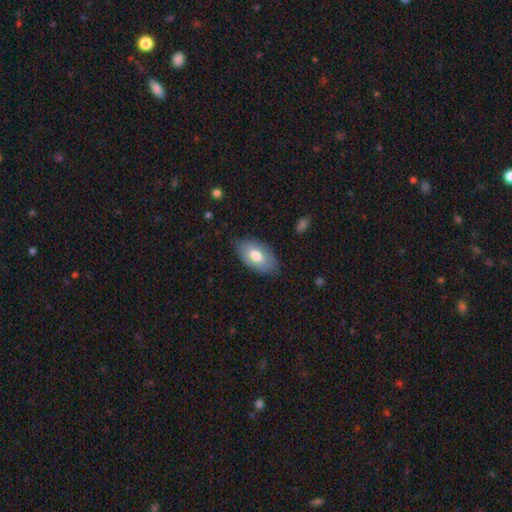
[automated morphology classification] type=smooth (71%); roundness=in between (94%); merging=none (77%).